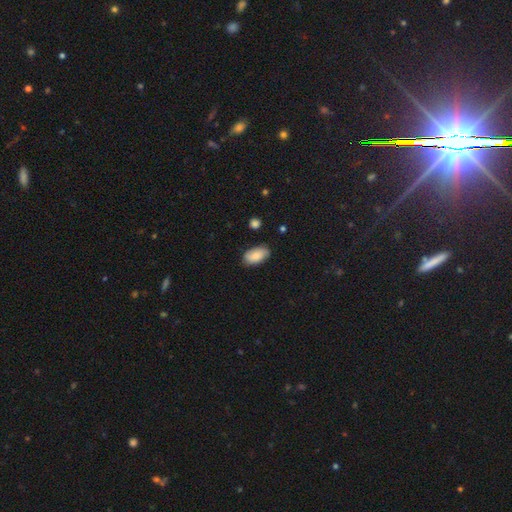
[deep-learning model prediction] smooth_or_featured: smooth (p=0.82) [alt: featured or disk p=0.11]
how_rounded: in between (p=0.94) [alt: round p=0.03]
merging: none (p=0.81) [alt: minor disturbance p=0.15]